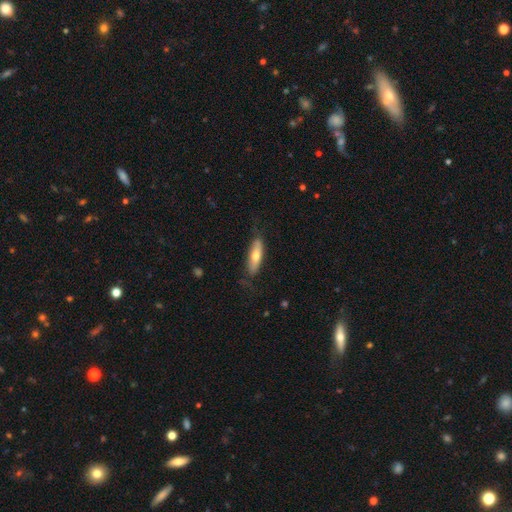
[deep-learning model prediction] Smooth or featured? Predicted: smooth (p=0.61). How rounded? Predicted: cigar-shaped (p=0.57). Merging? Predicted: none (p=0.74).